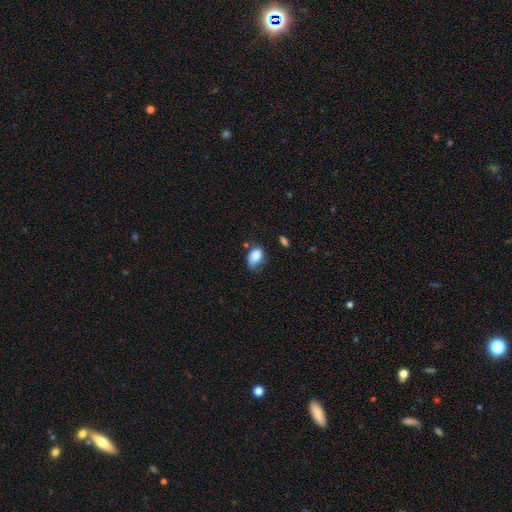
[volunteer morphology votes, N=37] Overall: smooth (78%). How rounded: in between (86%). Merging: major disturbance (39%; none 31%).